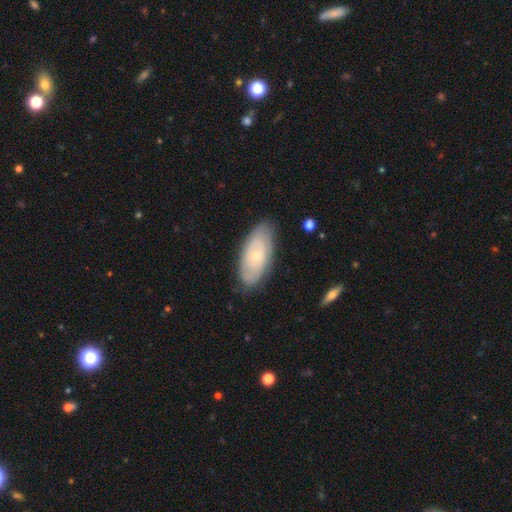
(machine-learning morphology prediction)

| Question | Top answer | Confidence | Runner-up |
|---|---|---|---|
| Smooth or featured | featured or disk | 52% | smooth (41%) |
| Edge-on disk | no | 88% | yes (12%) |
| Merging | none | 79% | minor disturbance (16%) |